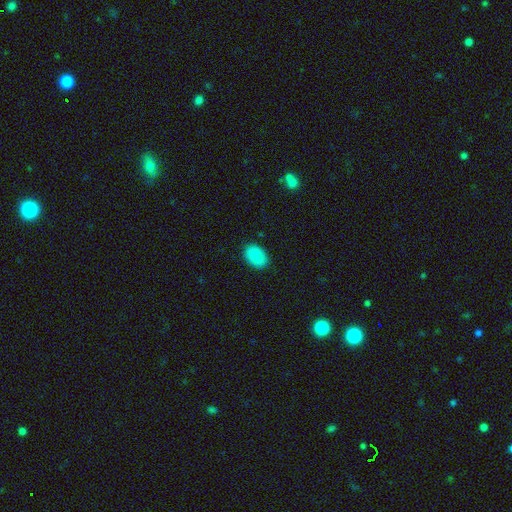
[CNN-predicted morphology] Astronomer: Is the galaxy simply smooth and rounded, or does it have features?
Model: smooth — 87%.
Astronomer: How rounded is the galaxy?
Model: in between — 84%.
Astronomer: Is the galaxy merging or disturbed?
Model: none — 88%.